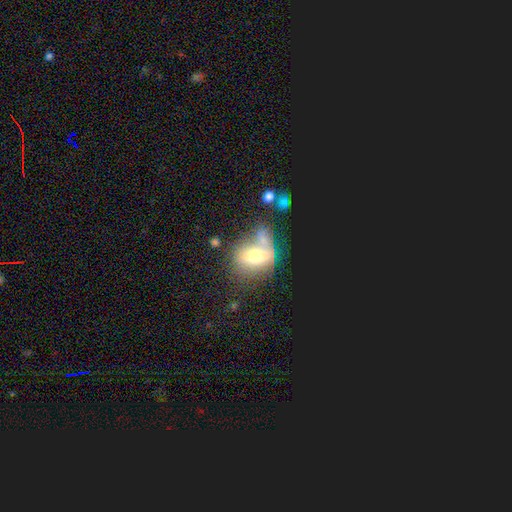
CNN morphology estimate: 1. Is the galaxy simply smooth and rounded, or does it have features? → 60% smooth, 27% featured or disk, 13% star or artifact.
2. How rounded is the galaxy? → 63% in between, 35% round, 2% cigar-shaped.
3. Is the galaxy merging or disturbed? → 34% merger, 30% none, 19% major disturbance, 18% minor disturbance.